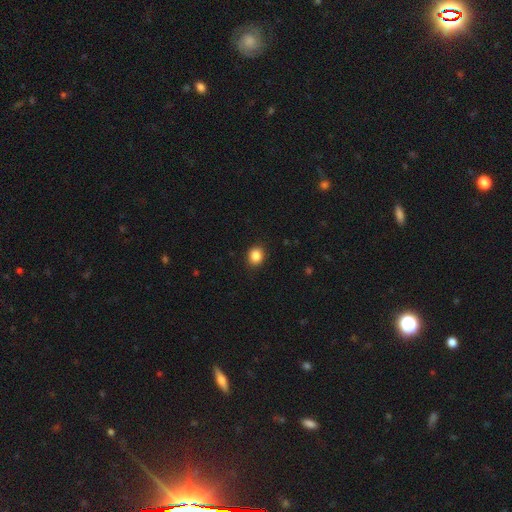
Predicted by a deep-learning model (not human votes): Smooth or featured? Predicted: smooth (p=0.86). How rounded? Predicted: round (p=0.68). Merging? Predicted: none (p=0.90).